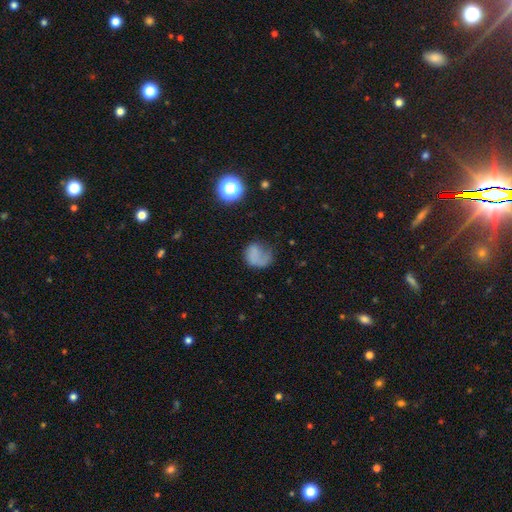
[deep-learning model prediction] Q: Smooth or featured?
A: smooth (65%); runner-up: featured or disk (22%)
Q: How rounded?
A: round (60%); runner-up: in between (39%)
Q: Merging?
A: major disturbance (38%); runner-up: none (34%)